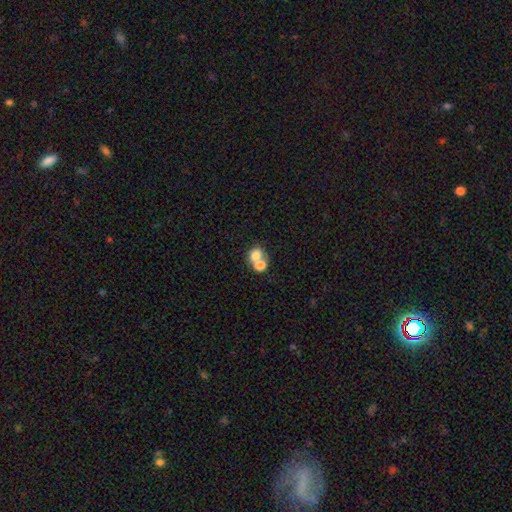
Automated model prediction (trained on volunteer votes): smooth_or_featured: smooth (p=0.74) [alt: featured or disk p=0.15]
how_rounded: round (p=0.58) [alt: in between p=0.41]
merging: merger (p=0.61) [alt: none p=0.29]